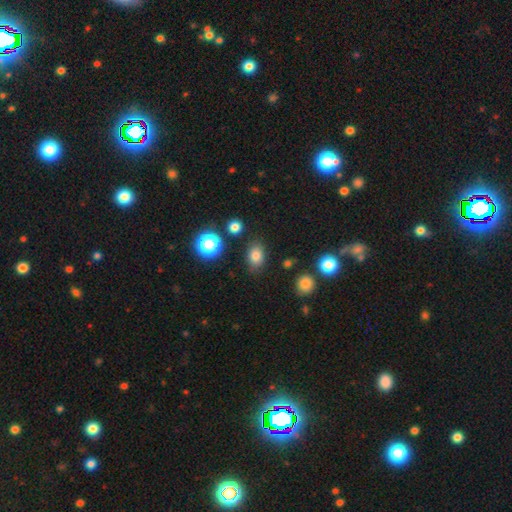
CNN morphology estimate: This is clearly a smooth galaxy (80%). How rounded: likely in between (75%). Merging: clearly none (81%).